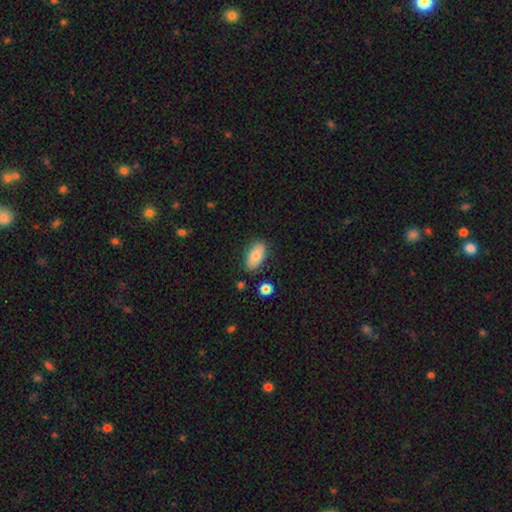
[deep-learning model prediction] This appears to be a smooth galaxy with no disk features (78%) that is in between round and cigar-shaped (92%). Merging: none (81%).